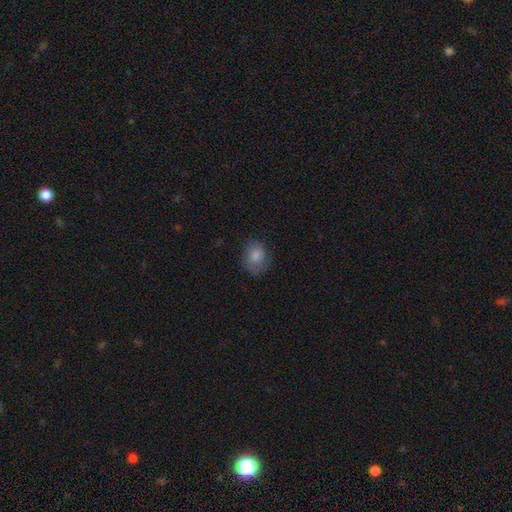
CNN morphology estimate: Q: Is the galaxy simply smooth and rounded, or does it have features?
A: smooth — 81%.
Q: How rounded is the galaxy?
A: in between — 51%.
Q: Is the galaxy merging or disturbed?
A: none — 68%.